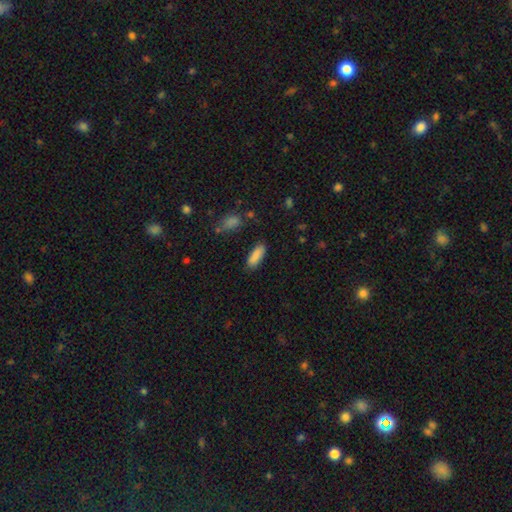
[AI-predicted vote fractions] Smooth or featured? smooth (88%)
How rounded? in between (68%)
Merging? none (84%)